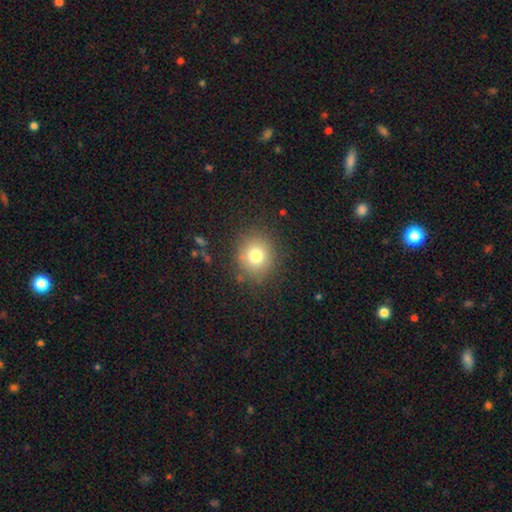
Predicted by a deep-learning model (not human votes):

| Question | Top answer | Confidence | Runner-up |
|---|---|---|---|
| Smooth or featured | smooth | 77% | star or artifact (13%) |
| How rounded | round | 83% | in between (16%) |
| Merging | none | 84% | minor disturbance (10%) |